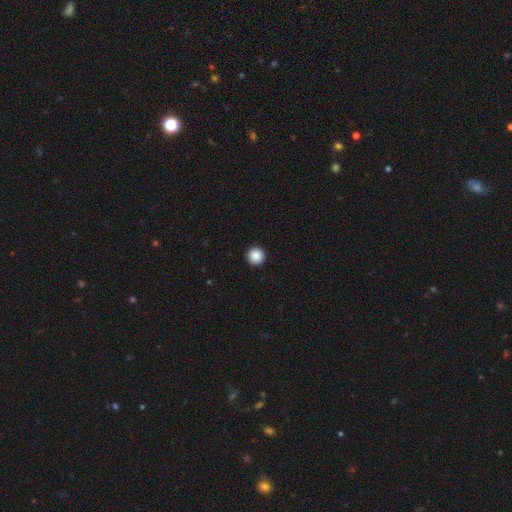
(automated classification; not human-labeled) The model was most divided on "smooth or featured": smooth: 88%, star or artifact: 9%, featured or disk: 3%. More confident: how rounded — round (97%); merging — none (94%).